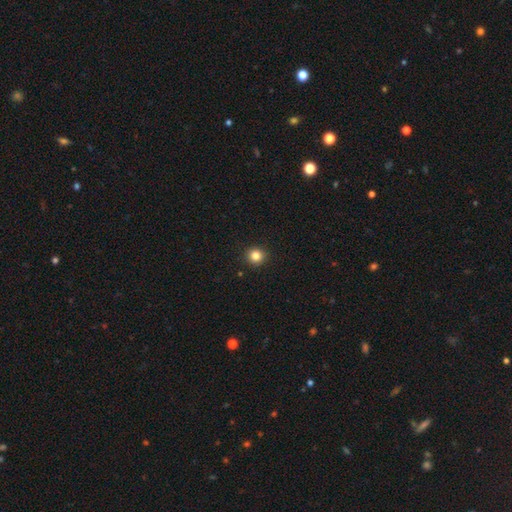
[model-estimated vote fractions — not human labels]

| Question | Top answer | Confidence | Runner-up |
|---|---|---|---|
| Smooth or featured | smooth | 83% | star or artifact (12%) |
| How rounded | round | 93% | in between (6%) |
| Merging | none | 92% | minor disturbance (5%) |